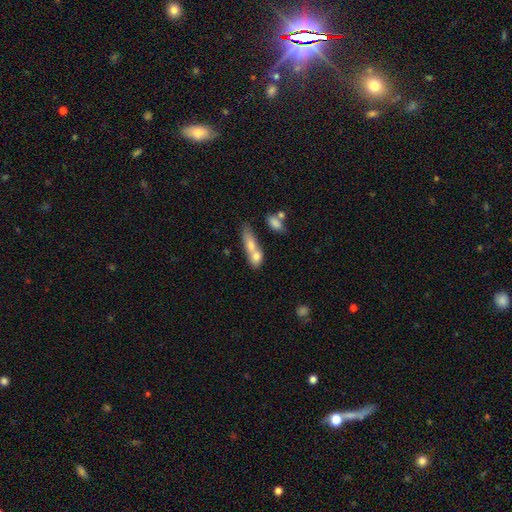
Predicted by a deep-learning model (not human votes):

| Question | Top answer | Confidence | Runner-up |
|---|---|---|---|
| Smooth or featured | smooth | 68% | featured or disk (23%) |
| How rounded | in between | 57% | cigar-shaped (31%) |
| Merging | merger | 64% | none (21%) |